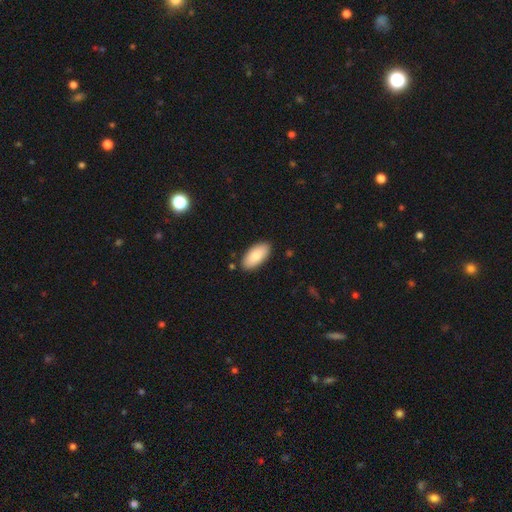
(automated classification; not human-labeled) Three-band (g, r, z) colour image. It shows a smooth galaxy with no disk features (83%) that is in between round and cigar-shaped (93%). Merging: none (87%).